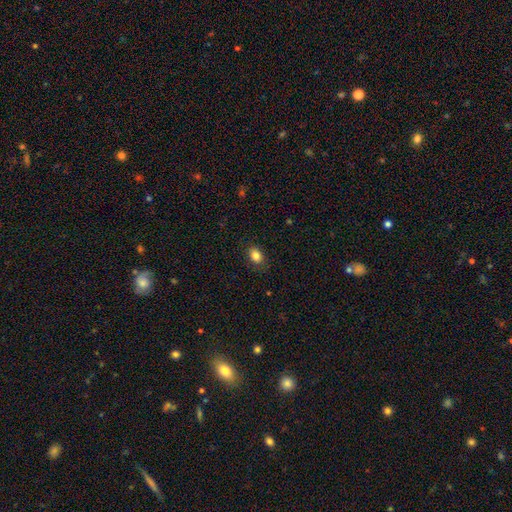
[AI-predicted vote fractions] Smooth or featured: smooth — 85% (star or artifact — 10%)
How rounded: in between — 72% (round — 27%)
Merging: none — 85% (minor disturbance — 11%)